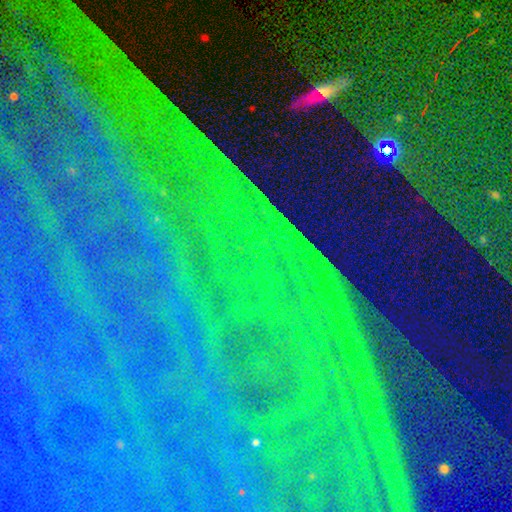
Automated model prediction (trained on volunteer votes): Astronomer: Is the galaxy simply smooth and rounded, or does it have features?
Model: star or artifact — 86%.